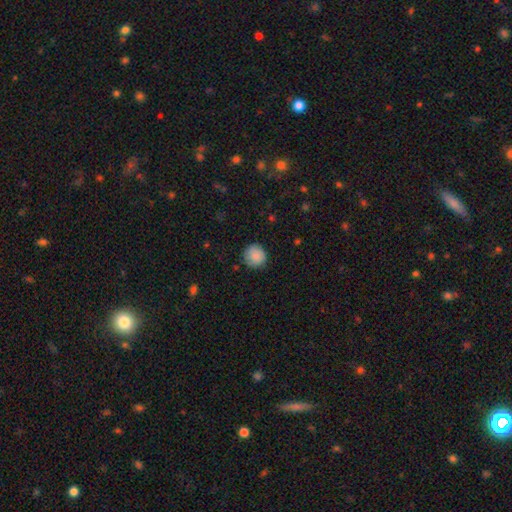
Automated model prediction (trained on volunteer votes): Smooth or featured? smooth (86%)
How rounded? round (93%)
Merging? none (85%)